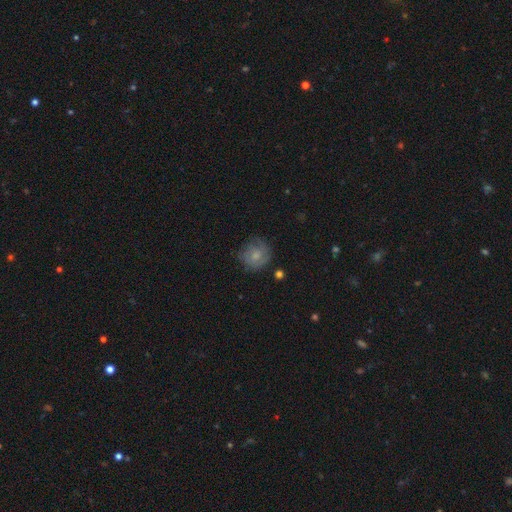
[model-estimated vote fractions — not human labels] smooth-or-featured: smooth: 56% | featured or disk: 35% | star or artifact: 8%
  how-rounded: round: 84% | in between: 15% | cigar-shaped: 1%
  merging: none: 69% | minor disturbance: 21% | major disturbance: 8% | merger: 2%